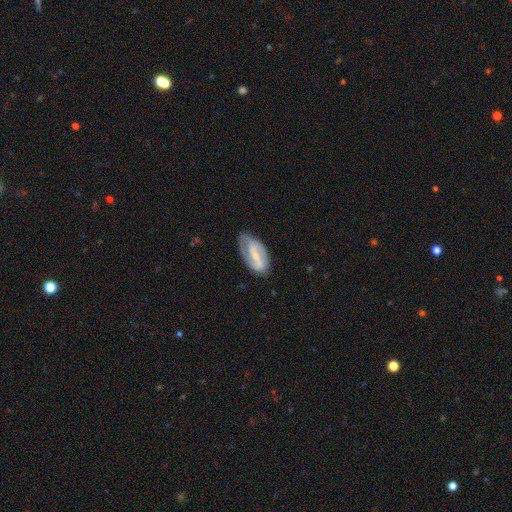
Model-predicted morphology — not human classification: A featured or disk galaxy (79%) with a strong bar (51%), 2 (84%) medium (43%) spiral arms (89%) and a small central bulge (62%).

Vote fractions:
- Smooth or featured? featured or disk: 79% / smooth: 16% / star or artifact: 5%
- Edge-on disk? no: 96% / yes: 4%
- Bar? strong: 51% / weak: 35% / no: 14%
- Spiral arms? yes: 89% / no: 11%
- Spiral winding? medium: 43% / tight: 32% / loose: 25%
- Spiral arm count? 2: 84% / can't tell: 8% / 1: 5% / 3: 1% / 4: 1% / more than 4: 1%
- Bulge size? small: 62% / moderate: 26% / none: 9% / large: 2% / dominant: 1%
- Merging? none: 74% / minor disturbance: 19% / major disturbance: 6% / merger: 1%